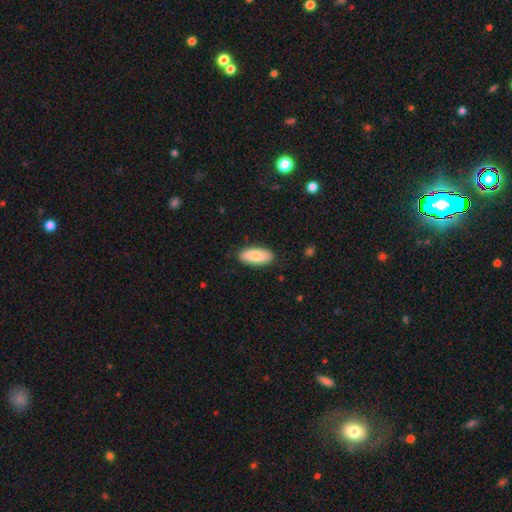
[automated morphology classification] A smooth galaxy with no disk features (81%) that is in between round and cigar-shaped (87%). Merging: none (86%).